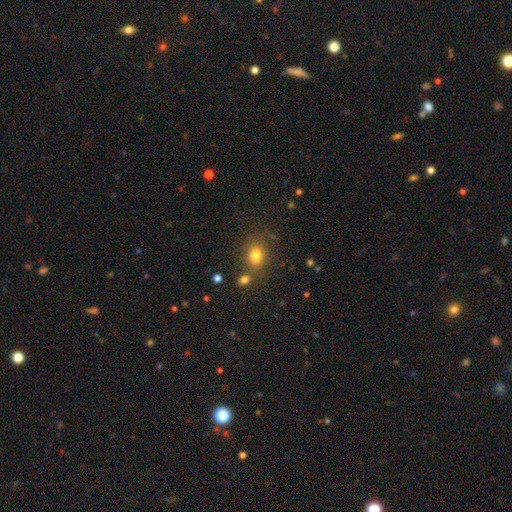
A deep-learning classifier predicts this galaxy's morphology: type=smooth (78%); roundness=round (52%); merging=none (71%).